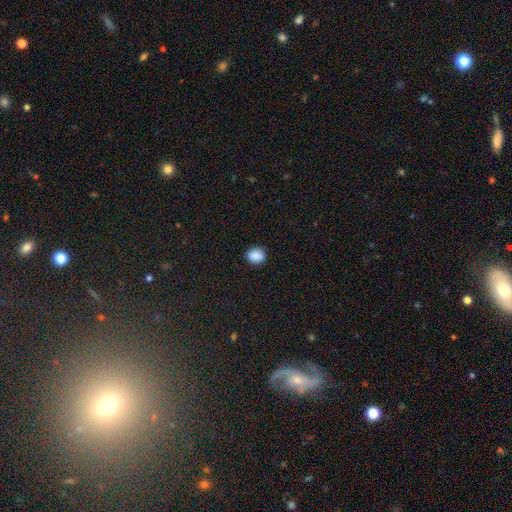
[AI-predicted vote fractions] Smooth or featured? Predicted: smooth (p=0.88). How rounded? Predicted: round (p=0.72). Merging? Predicted: none (p=0.90).